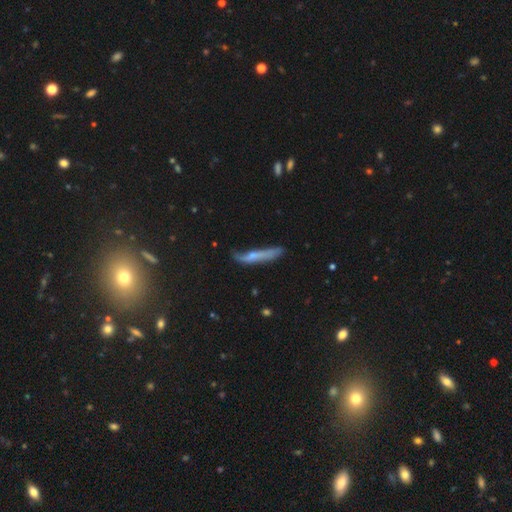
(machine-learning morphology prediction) Smooth or featured?
  - smooth: 52% *
  - featured or disk: 38%
  - star or artifact: 10%
How rounded?
  - cigar-shaped: 90% *
  - in between: 8%
  - round: 2%
Merging?
  - none: 49% *
  - minor disturbance: 32%
  - major disturbance: 14%
  - merger: 5%